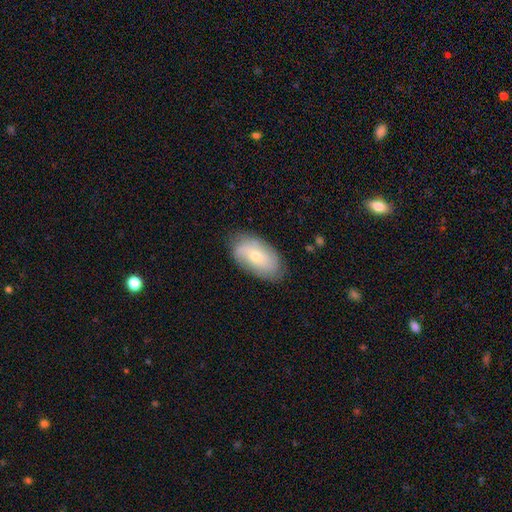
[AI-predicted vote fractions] The model was most divided on "smooth or featured": featured or disk: 55%, smooth: 37%, star or artifact: 7%. More confident: edge-on disk — no (92%); merging — none (78%); spiral arms — yes (77%); bar — no (71%); bulge size — small (59%).